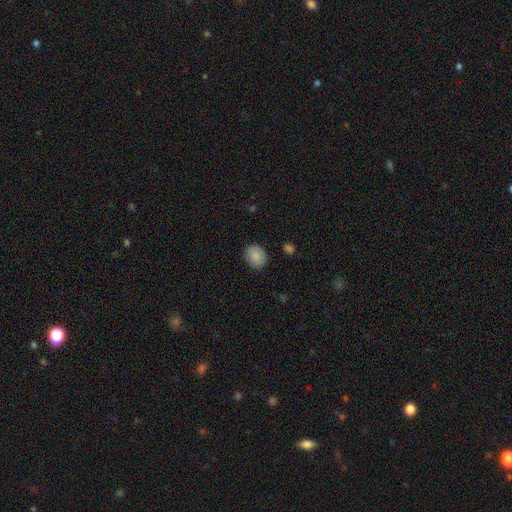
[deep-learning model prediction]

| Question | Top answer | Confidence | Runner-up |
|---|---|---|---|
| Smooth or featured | smooth | 87% | star or artifact (7%) |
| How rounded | round | 57% | in between (42%) |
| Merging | none | 86% | minor disturbance (11%) |